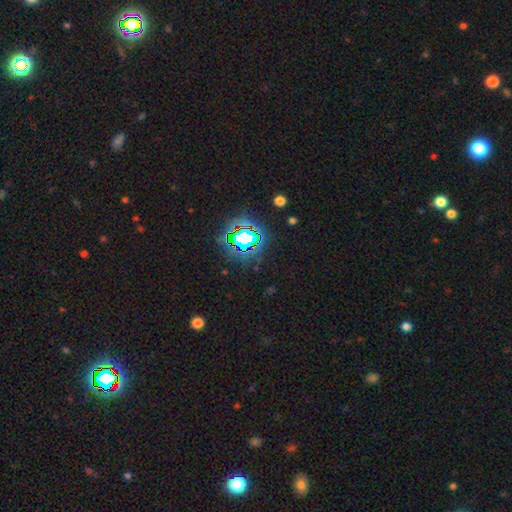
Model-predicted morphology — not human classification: This is clearly a star or artifact rather than a galaxy (81%).